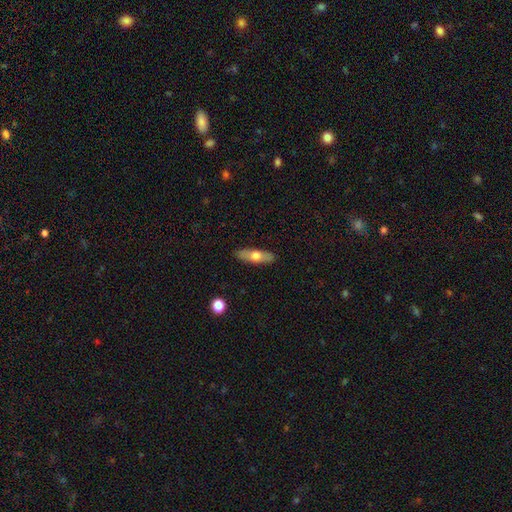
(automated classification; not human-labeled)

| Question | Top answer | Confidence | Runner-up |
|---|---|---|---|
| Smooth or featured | smooth | 57% | featured or disk (37%) |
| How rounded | cigar-shaped | 51% | in between (46%) |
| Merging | none | 89% | minor disturbance (8%) |